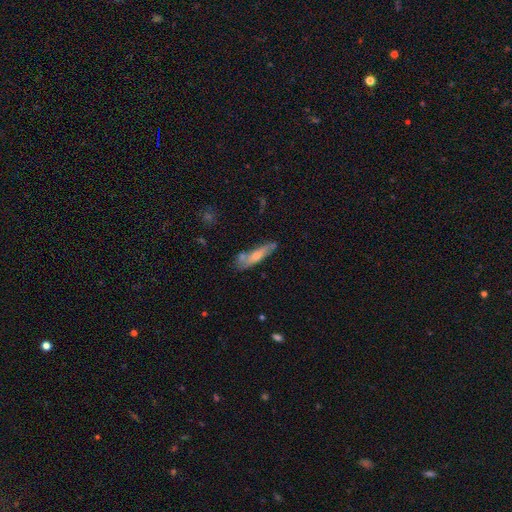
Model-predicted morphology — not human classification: smooth_or_featured: smooth (p=0.58) [alt: featured or disk p=0.35]
how_rounded: cigar-shaped (p=0.76) [alt: in between p=0.22]
merging: none (p=0.63) [alt: minor disturbance p=0.20]